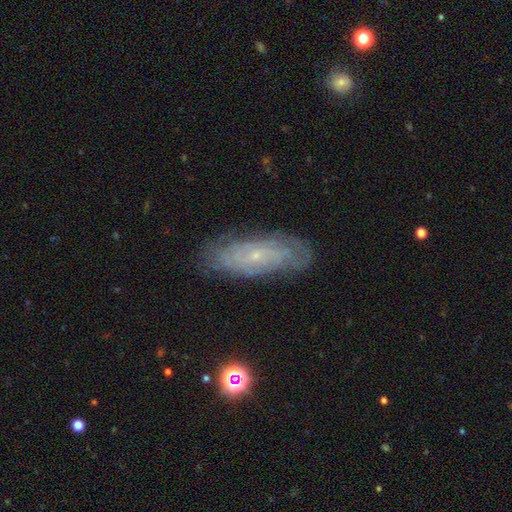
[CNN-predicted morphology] smooth-or-featured: featured or disk: 68% | smooth: 23% | star or artifact: 9%
  disk-edge-on: no: 84% | yes: 16%
    bar: no: 73% | weak: 22% | strong: 5%
    has-spiral-arms: yes: 82% | no: 18%
    bulge-size: small: 85% | moderate: 10% | none: 3% | large: 1% | dominant: 1%
  merging: none: 78% | minor disturbance: 16% | major disturbance: 4% | merger: 1%